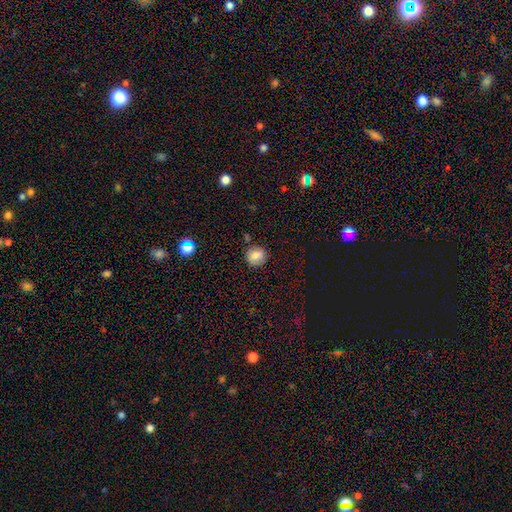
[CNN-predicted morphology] The model was most divided on "merging": none: 80%, minor disturbance: 12%, merger: 4%, major disturbance: 3%. More confident: how rounded — round (87%); smooth or featured — smooth (80%).